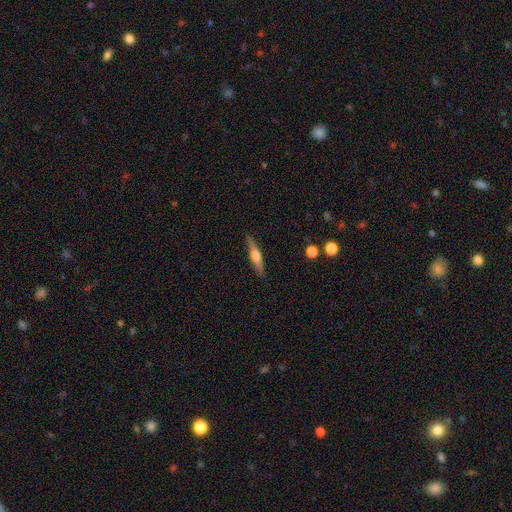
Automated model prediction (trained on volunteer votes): Overall: featured or disk (60%; smooth 34%). Edge-on disk: yes (97%). Edge-on bulge: rounded (85%). Merging: none (89%).